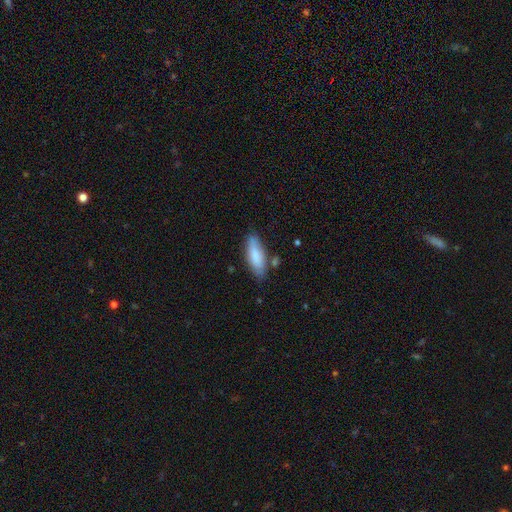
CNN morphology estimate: A smooth galaxy with no disk features (81%) that is in between round and cigar-shaped (62%).

Vote fractions:
- Smooth or featured? smooth: 81% / featured or disk: 13% / star or artifact: 6%
- How rounded? in between: 62% / cigar-shaped: 37% / round: 2%
- Merging? none: 74% / minor disturbance: 18% / merger: 4% / major disturbance: 3%